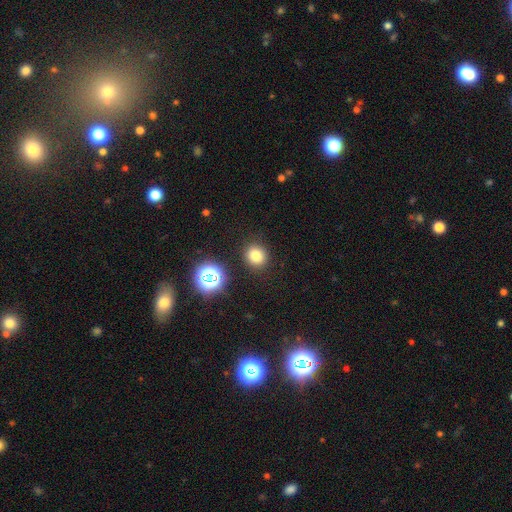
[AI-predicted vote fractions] A smooth galaxy with no disk features (76%) that is round (84%). Merging: none (88%).